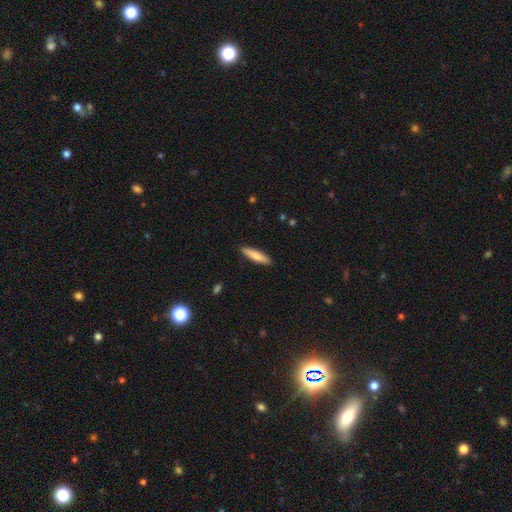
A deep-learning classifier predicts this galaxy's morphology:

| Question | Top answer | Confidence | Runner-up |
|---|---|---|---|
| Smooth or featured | smooth | 79% | featured or disk (15%) |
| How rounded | cigar-shaped | 78% | in between (21%) |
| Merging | none | 90% | minor disturbance (7%) |